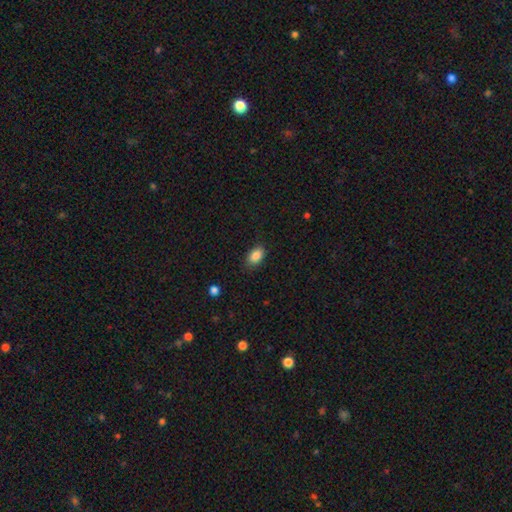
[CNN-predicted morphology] smooth-or-featured: smooth: 86% | star or artifact: 8% | featured or disk: 5%
  how-rounded: in between: 86% | round: 12% | cigar-shaped: 2%
  merging: none: 83% | minor disturbance: 13% | major disturbance: 3% | merger: 1%